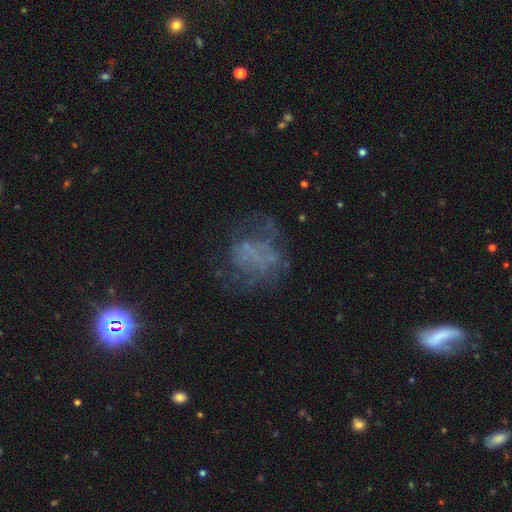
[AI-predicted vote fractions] This is possibly a featured or disk galaxy (50%). It is clearly not viewed edge-on (98%). Merging: possibly none (52%).